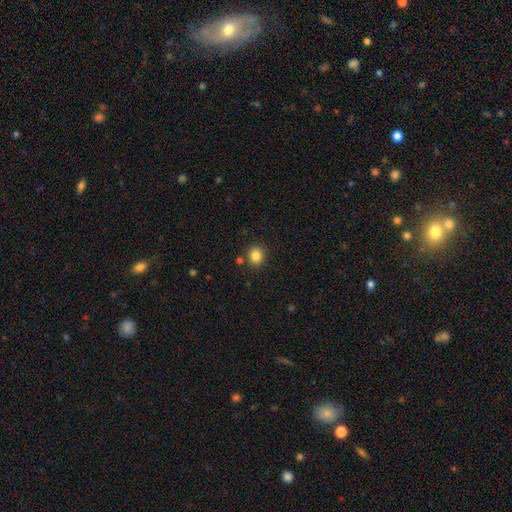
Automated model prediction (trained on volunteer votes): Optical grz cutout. It shows a smooth galaxy with no disk features (84%) that is round (83%). Merging: none (86%).